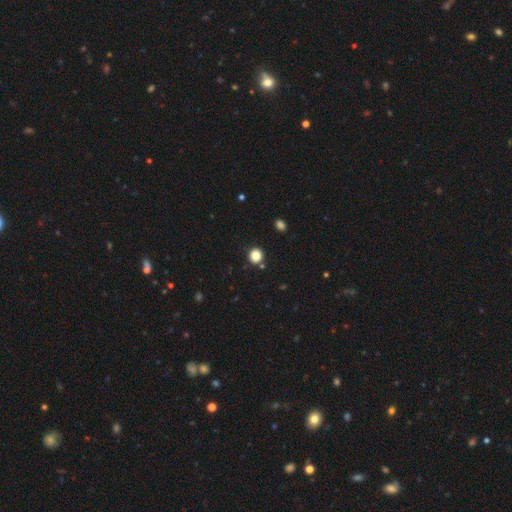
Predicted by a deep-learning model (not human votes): A smooth galaxy with no disk features (84%) that is round (89%). Merging: none (87%).